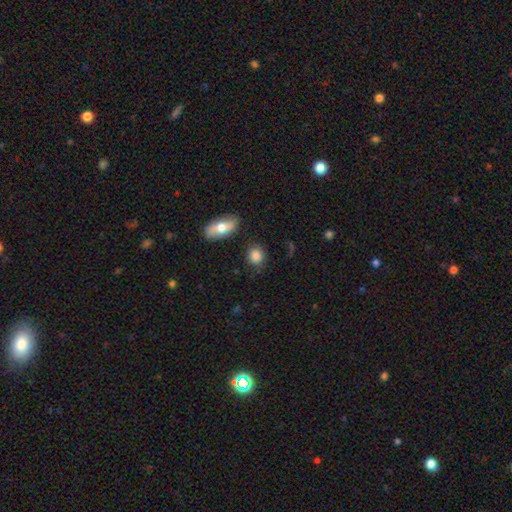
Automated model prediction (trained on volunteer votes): smooth 85%, star or artifact 8%, featured or disk 7%. Down the decision tree: how rounded — round (65%); merging — none (81%).